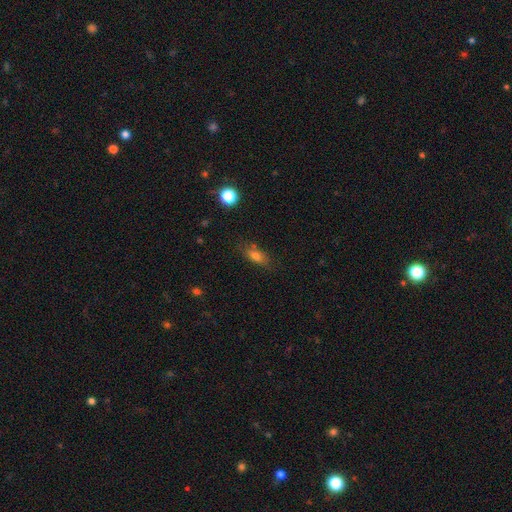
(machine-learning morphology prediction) smooth_or_featured: smooth (p=0.75) [alt: featured or disk p=0.14]
how_rounded: in between (p=0.76) [alt: cigar-shaped p=0.18]
merging: none (p=0.70) [alt: minor disturbance p=0.19]